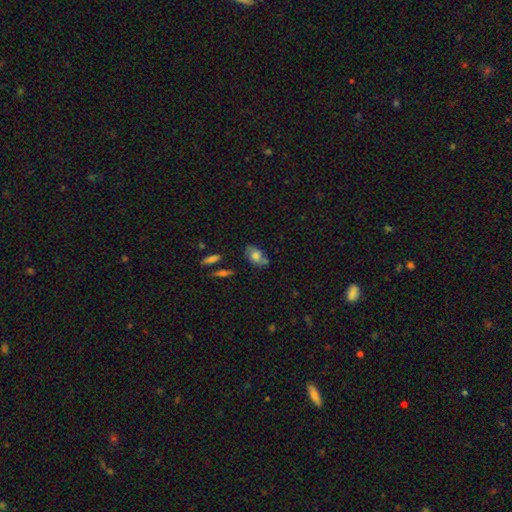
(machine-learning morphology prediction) type=smooth (50%); merging=none (64%).